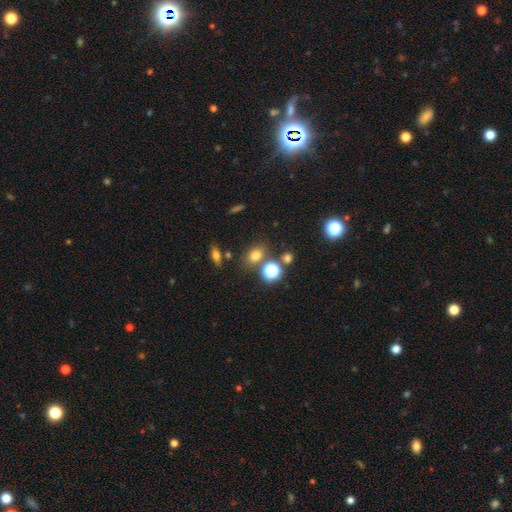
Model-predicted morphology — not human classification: Smooth or featured? Predicted: smooth (p=0.72). How rounded? Predicted: in between (p=0.54). Merging? Predicted: none (p=0.72).